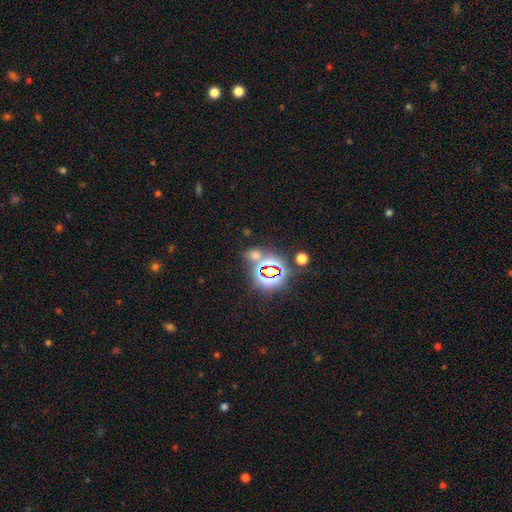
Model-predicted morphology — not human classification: star or artifact 57%, smooth 35%, featured or disk 8%.